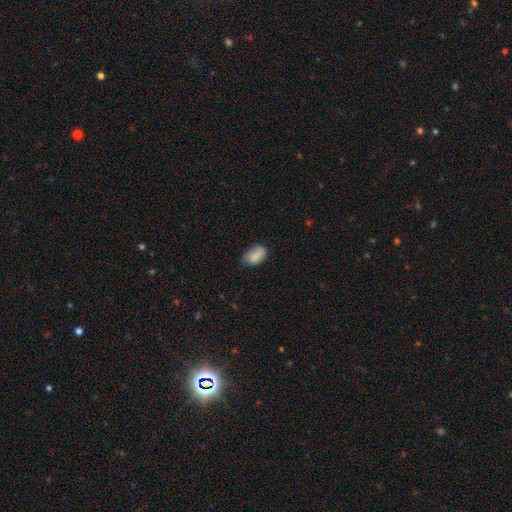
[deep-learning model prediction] Q: Smooth or featured?
A: smooth (84%); runner-up: featured or disk (9%)
Q: How rounded?
A: in between (90%); runner-up: round (9%)
Q: Merging?
A: none (59%); runner-up: minor disturbance (32%)